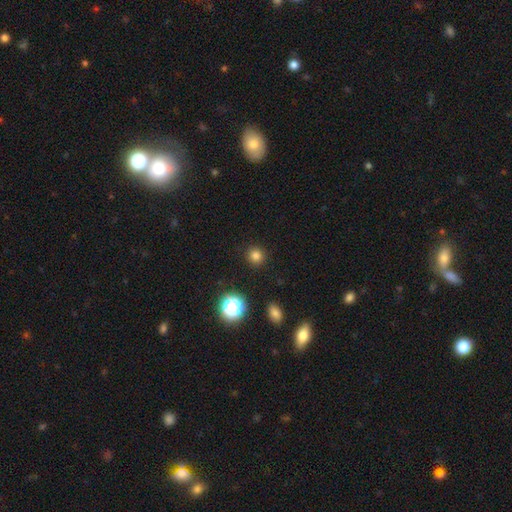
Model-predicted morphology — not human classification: Overall: smooth (78%). How rounded: round (94%). Merging: none (92%).